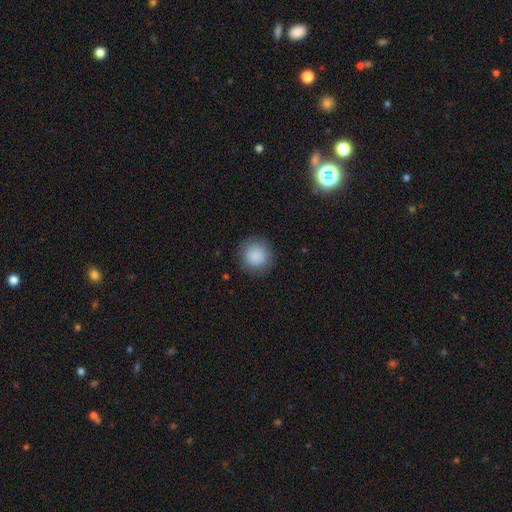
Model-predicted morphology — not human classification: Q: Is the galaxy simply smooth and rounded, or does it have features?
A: smooth — 88%.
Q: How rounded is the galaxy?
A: round — 92%.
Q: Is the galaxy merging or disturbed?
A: none — 87%.